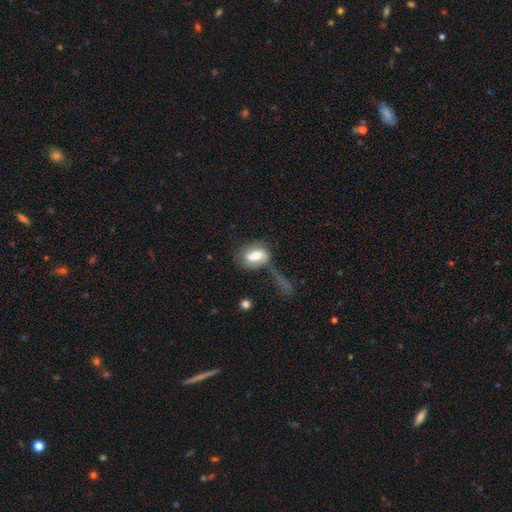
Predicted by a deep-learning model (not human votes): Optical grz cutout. It shows a smooth galaxy with no disk features (59%) that is in between round and cigar-shaped (81%). Merging: none (34%).